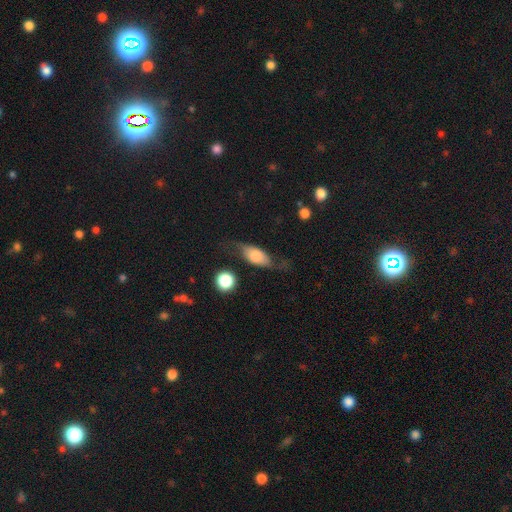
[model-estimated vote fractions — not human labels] This is possibly a smooth galaxy (54%). How rounded: likely in between (73%). Merging: possibly none (54%).